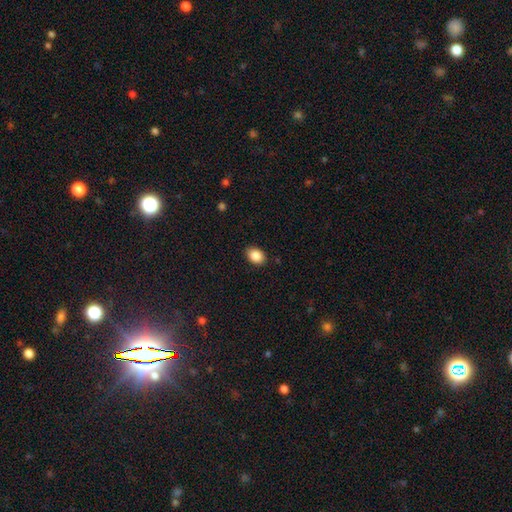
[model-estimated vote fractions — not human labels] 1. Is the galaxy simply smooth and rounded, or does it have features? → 87% smooth, 8% star or artifact, 5% featured or disk.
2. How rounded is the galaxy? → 76% in between, 23% round, 1% cigar-shaped.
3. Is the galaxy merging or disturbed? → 88% none, 9% minor disturbance, 2% major disturbance, 1% merger.